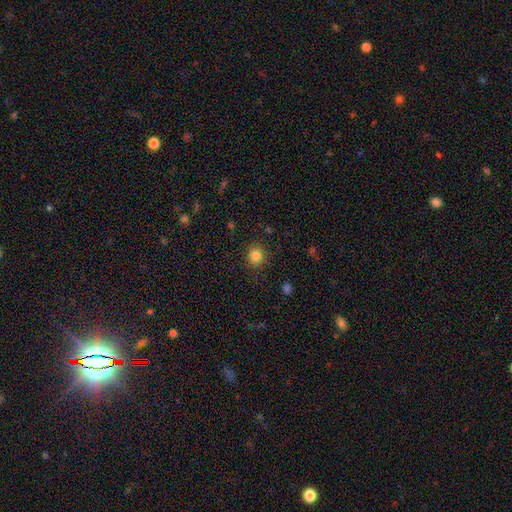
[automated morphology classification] type=smooth (84%); roundness=round (86%); merging=none (88%).